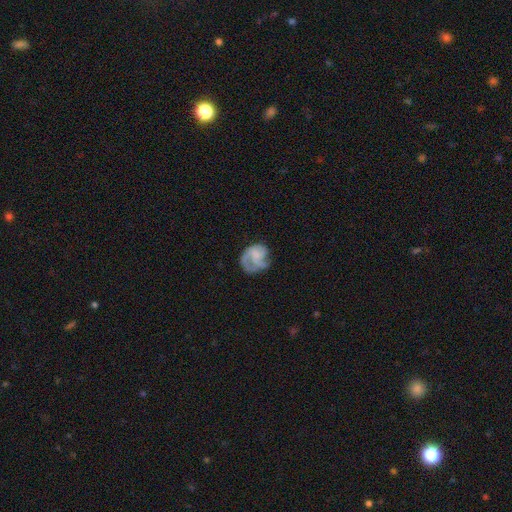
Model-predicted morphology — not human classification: Q: Smooth or featured?
A: featured or disk (60%); runner-up: smooth (32%)
Q: Edge-on disk?
A: no (98%); runner-up: yes (2%)
Q: Bar?
A: no (69%); runner-up: weak (26%)
Q: Spiral arms?
A: yes (82%); runner-up: no (18%)
Q: Bulge size?
A: none (61%); runner-up: small (19%)
Q: Merging?
A: none (47%); runner-up: major disturbance (27%)